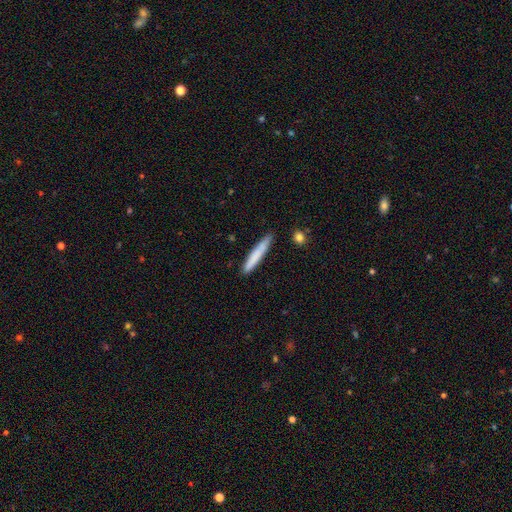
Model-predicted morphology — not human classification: The model was most divided on "smooth or featured": smooth: 76%, featured or disk: 18%, star or artifact: 6%. More confident: how rounded — cigar-shaped (95%); merging — none (86%).